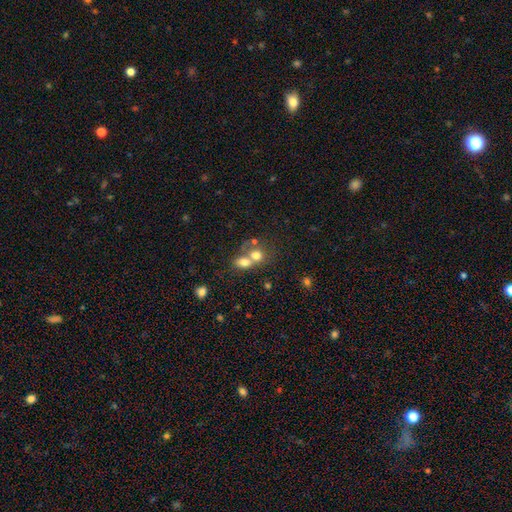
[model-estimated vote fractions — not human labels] The model was most divided on "how rounded": round: 57%, in between: 42%, cigar-shaped: 1%. More confident: smooth or featured — smooth (71%); merging — merger (62%).